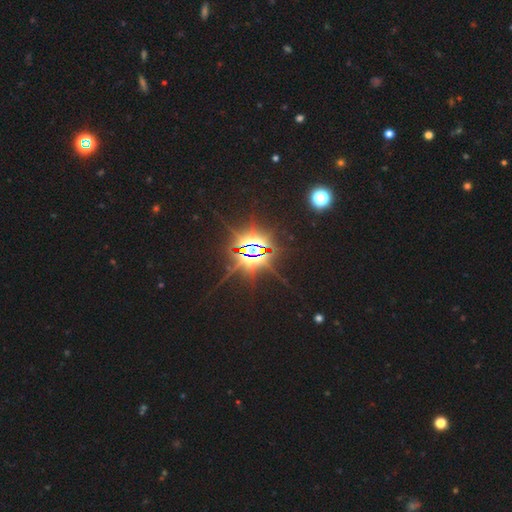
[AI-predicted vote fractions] Smooth or featured: star or artifact — 85% (featured or disk — 9%)